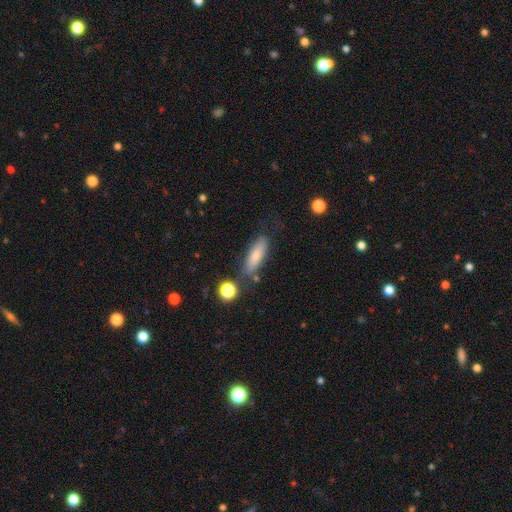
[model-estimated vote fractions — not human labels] smooth 76%, featured or disk 16%, star or artifact 8%. Down the decision tree: how rounded — in between (50%); merging — none (70%).